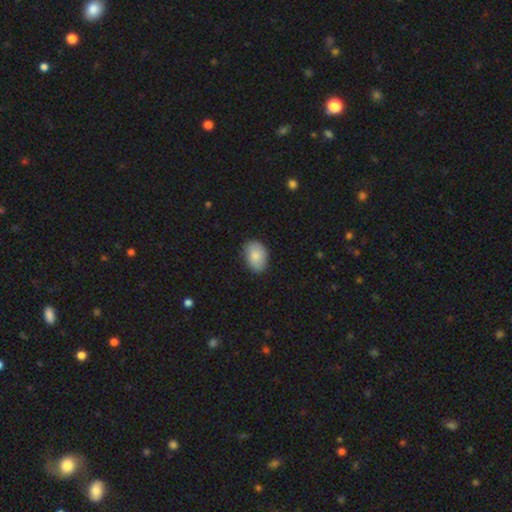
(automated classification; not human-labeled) smooth-or-featured: smooth: 82% | featured or disk: 12% | star or artifact: 6%
  how-rounded: in between: 82% | round: 17% | cigar-shaped: 1%
  merging: none: 81% | minor disturbance: 15% | major disturbance: 3% | merger: 1%